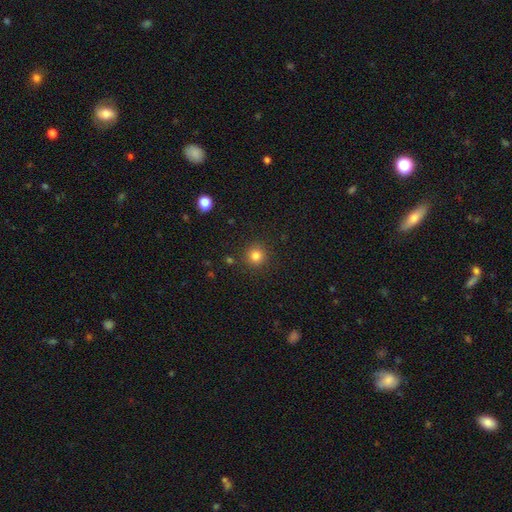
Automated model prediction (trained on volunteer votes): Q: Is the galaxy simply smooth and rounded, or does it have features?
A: smooth — 82%.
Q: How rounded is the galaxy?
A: round — 94%.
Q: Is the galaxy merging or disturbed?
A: none — 89%.